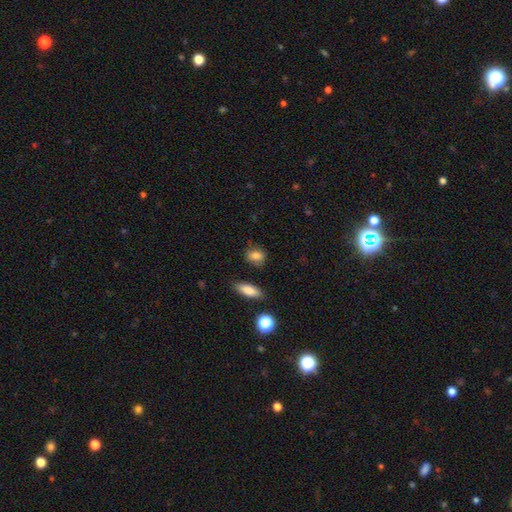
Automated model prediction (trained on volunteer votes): Morphology: type=smooth (82%); roundness=in between (61%); merging=none (74%).